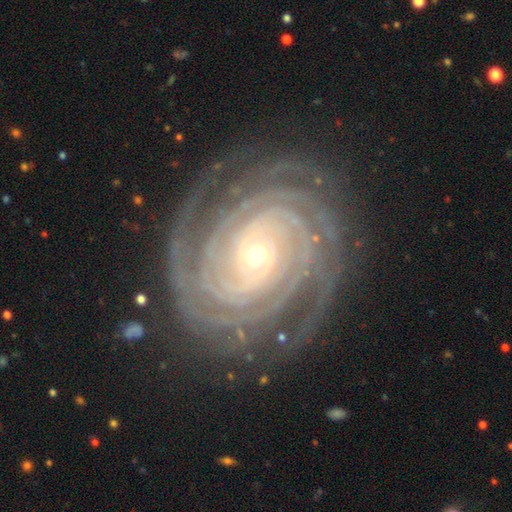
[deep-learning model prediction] The model was most divided on "spiral arm count" (2-way tie): 4: 23%, more than 4: 23%, can't tell: 16%, 3: 16%, 2: 14%, 1: 9%. More confident: spiral arms — yes (99%); edge-on disk — no (97%); smooth or featured — featured or disk (92%); spiral winding — tight (88%); merging — none (83%); bulge size — small (76%); bar — no (67%).